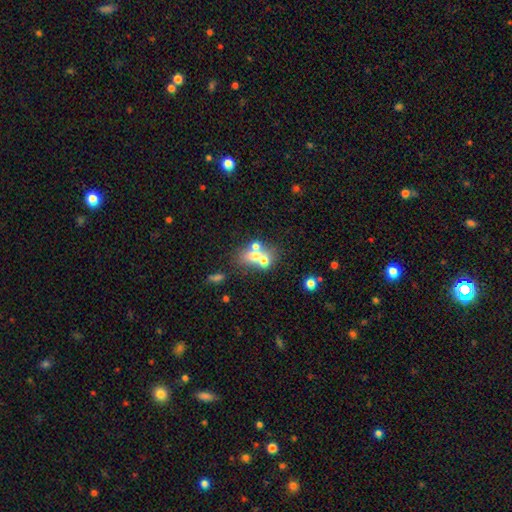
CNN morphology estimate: Smooth or featured?
  - smooth: 56% *
  - featured or disk: 29%
  - star or artifact: 15%
How rounded?
  - round: 55% *
  - in between: 43%
  - cigar-shaped: 2%
Merging?
  - merger: 56% *
  - none: 31%
  - minor disturbance: 8%
  - major disturbance: 5%